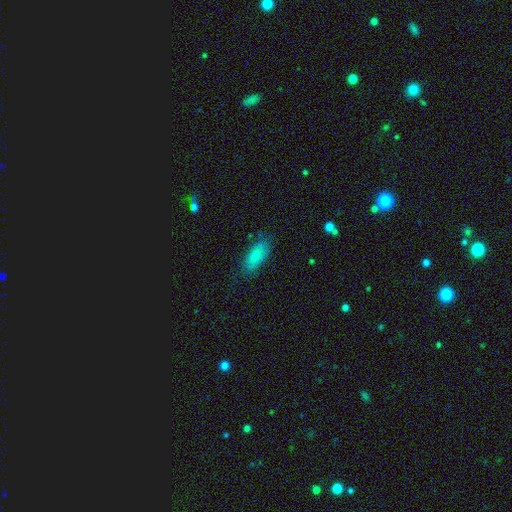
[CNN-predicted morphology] Q: Smooth or featured?
A: smooth (82%); runner-up: featured or disk (12%)
Q: How rounded?
A: in between (80%); runner-up: cigar-shaped (17%)
Q: Merging?
A: none (77%); runner-up: minor disturbance (17%)